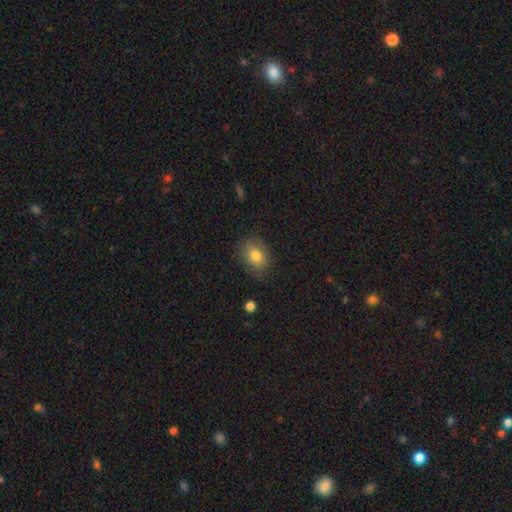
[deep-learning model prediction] The model was most divided on "how rounded": in between: 65%, round: 34%, cigar-shaped: 1%. More confident: smooth or featured — smooth (77%); merging — none (75%).